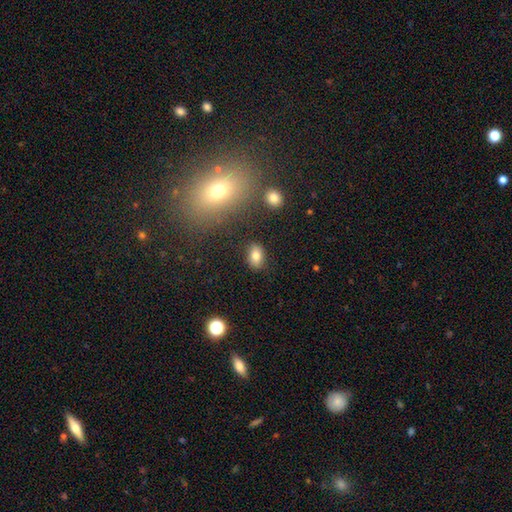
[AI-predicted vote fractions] smooth_or_featured: smooth (p=0.80) [alt: star or artifact p=0.10]
how_rounded: in between (p=0.79) [alt: round p=0.19]
merging: none (p=0.84) [alt: minor disturbance p=0.10]